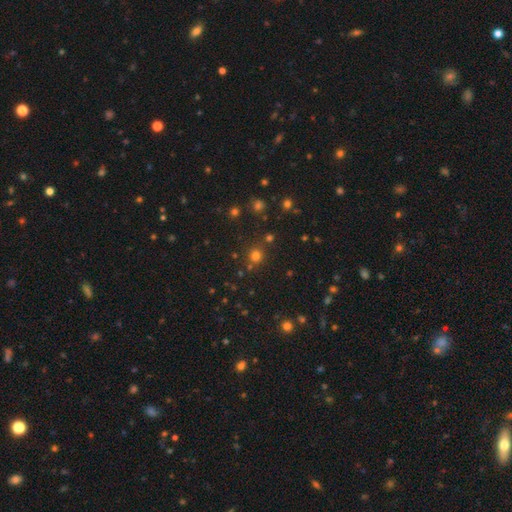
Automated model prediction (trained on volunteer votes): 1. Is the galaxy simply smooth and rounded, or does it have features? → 72% smooth, 23% star or artifact, 5% featured or disk.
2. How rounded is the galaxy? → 91% round, 8% in between, 1% cigar-shaped.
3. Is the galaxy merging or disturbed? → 82% none, 8% minor disturbance, 8% merger, 3% major disturbance.